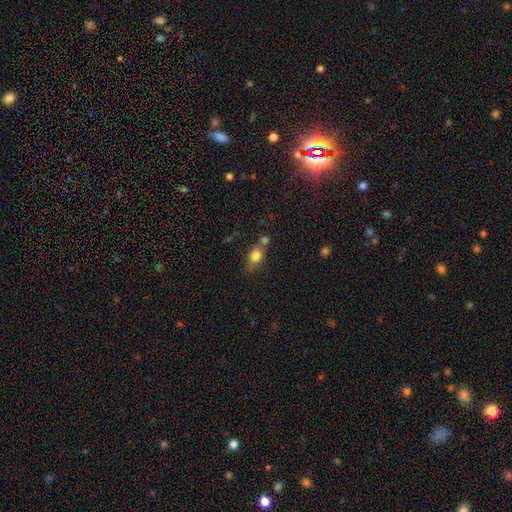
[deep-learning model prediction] This appears to be a smooth galaxy with no disk features (76%) that is in between round and cigar-shaped (60%). Merging: none (47%).